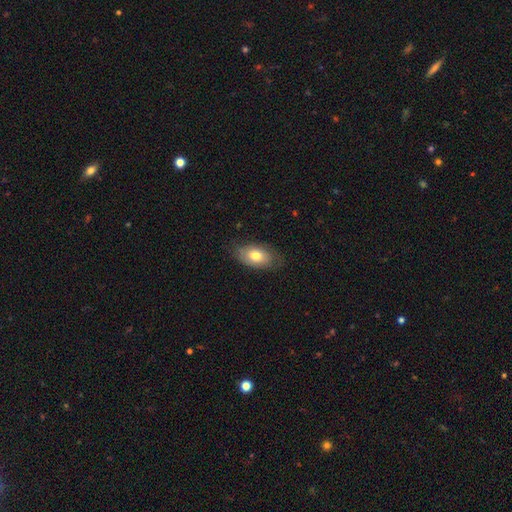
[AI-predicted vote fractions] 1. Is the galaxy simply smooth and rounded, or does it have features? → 70% smooth, 23% featured or disk, 7% star or artifact.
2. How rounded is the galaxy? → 91% in between, 7% round, 2% cigar-shaped.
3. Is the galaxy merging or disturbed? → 73% none, 21% minor disturbance, 5% major disturbance, 1% merger.